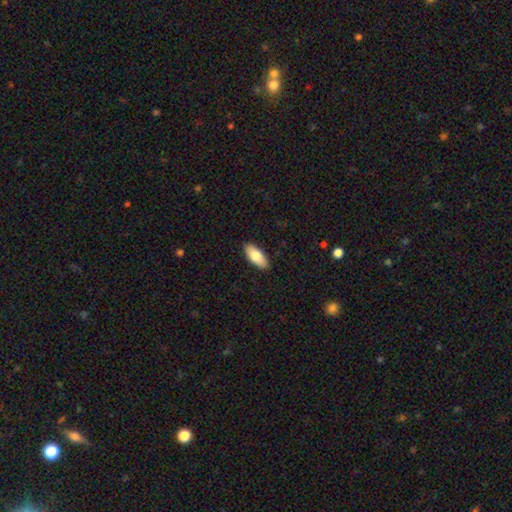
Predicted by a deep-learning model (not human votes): A smooth galaxy with no disk features (80%) that is in between round and cigar-shaped (86%). Merging: none (90%).